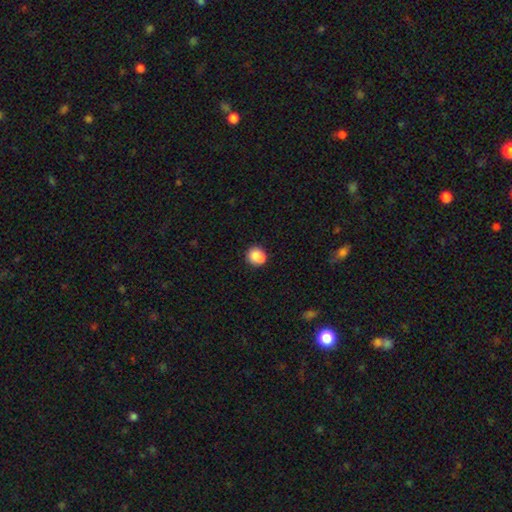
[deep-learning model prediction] Smooth or featured? smooth (82%)
How rounded? round (77%)
Merging? none (58%)